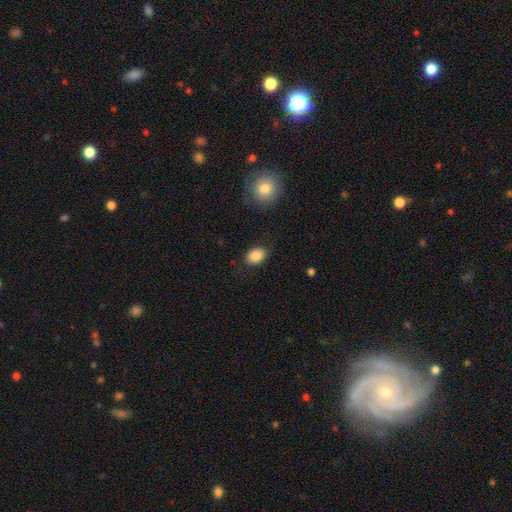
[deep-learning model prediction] smooth_or_featured: smooth (p=0.86) [alt: star or artifact p=0.08]
how_rounded: in between (p=0.79) [alt: round p=0.20]
merging: none (p=0.84) [alt: minor disturbance p=0.11]